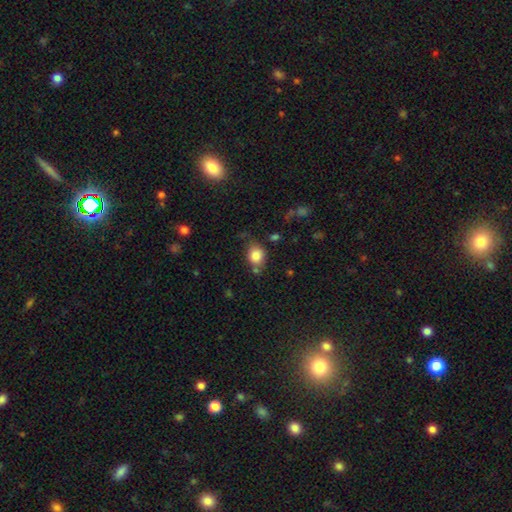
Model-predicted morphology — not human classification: Overall: smooth (83%). How rounded: round (63%; in between 36%). Merging: none (64%).